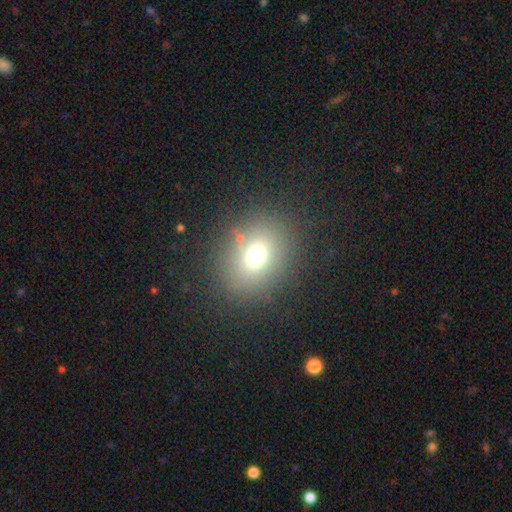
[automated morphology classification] smooth_or_featured: smooth (p=0.69) [alt: star or artifact p=0.19]
how_rounded: round (p=0.58) [alt: in between p=0.41]
merging: none (p=0.83) [alt: minor disturbance p=0.09]